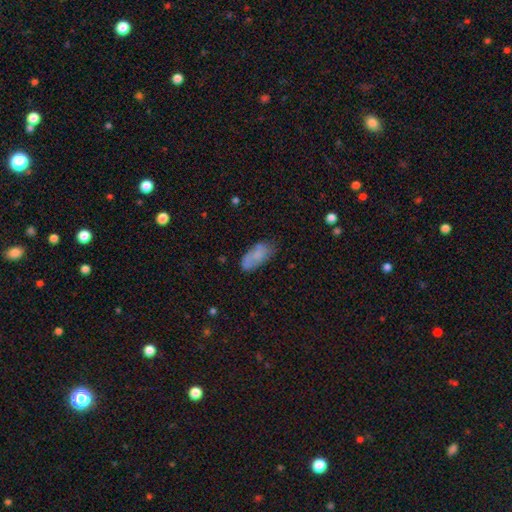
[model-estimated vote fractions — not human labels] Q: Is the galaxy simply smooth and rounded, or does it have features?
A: smooth — 71%.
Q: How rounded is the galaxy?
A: in between — 87%.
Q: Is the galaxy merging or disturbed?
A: none — 61%.